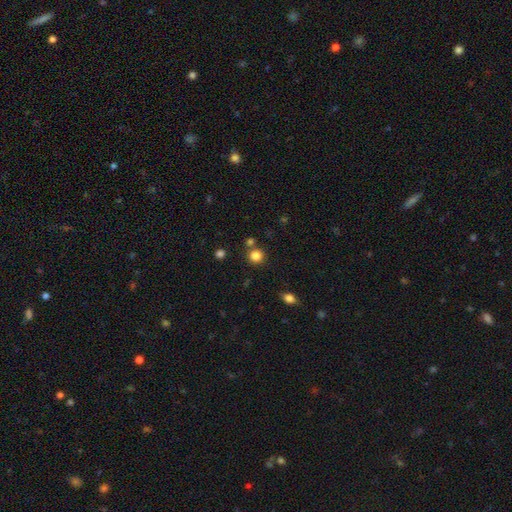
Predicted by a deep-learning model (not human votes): The model was most divided on "merging": none: 78%, merger: 11%, minor disturbance: 8%, major disturbance: 3%. More confident: how rounded — round (91%); smooth or featured — smooth (83%).